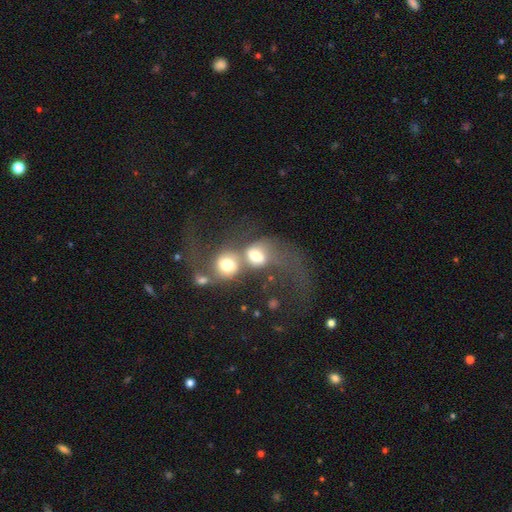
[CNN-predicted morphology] smooth-or-featured: smooth: 54% | featured or disk: 35% | star or artifact: 11%
  how-rounded: round: 55% | in between: 44% | cigar-shaped: 2%
  merging: merger: 74% | major disturbance: 14% | none: 8% | minor disturbance: 4%